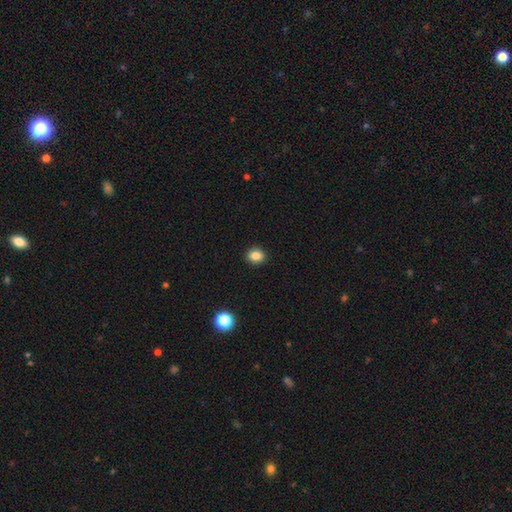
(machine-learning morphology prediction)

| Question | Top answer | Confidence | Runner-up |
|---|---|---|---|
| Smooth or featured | smooth | 85% | star or artifact (11%) |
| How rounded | round | 66% | in between (33%) |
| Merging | none | 92% | minor disturbance (6%) |